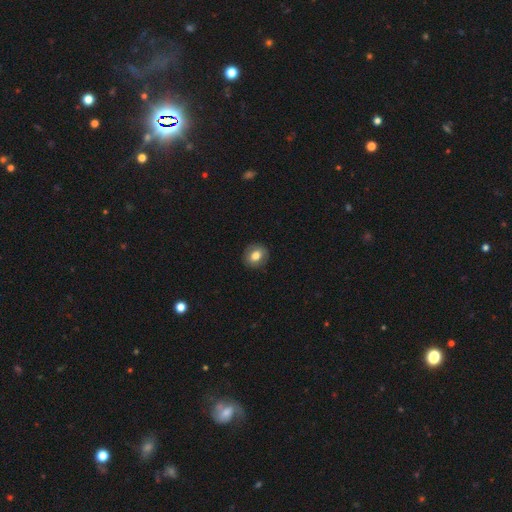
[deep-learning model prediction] smooth_or_featured: smooth (p=0.75) [alt: featured or disk p=0.16]
how_rounded: round (p=0.68) [alt: in between p=0.31]
merging: none (p=0.87) [alt: minor disturbance p=0.09]